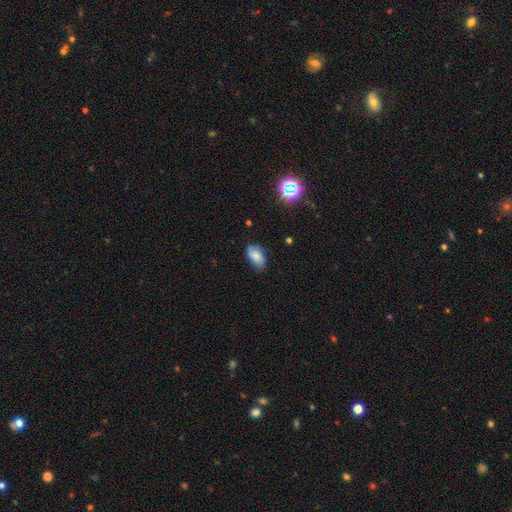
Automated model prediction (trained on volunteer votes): Smooth or featured? smooth (76%)
How rounded? in between (92%)
Merging? none (68%)